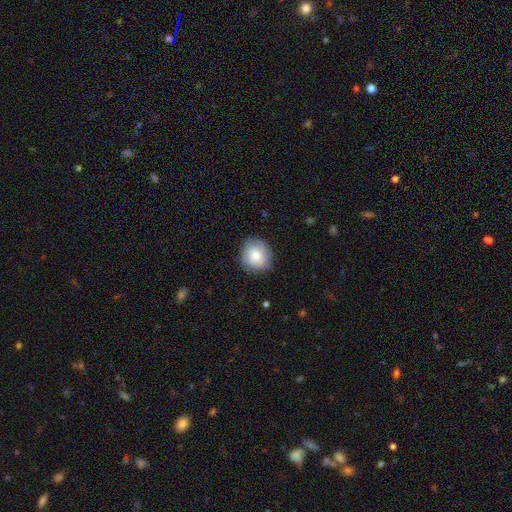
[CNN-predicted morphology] This is likely a smooth galaxy (68%). How rounded: clearly round (83%). Merging: clearly none (80%).